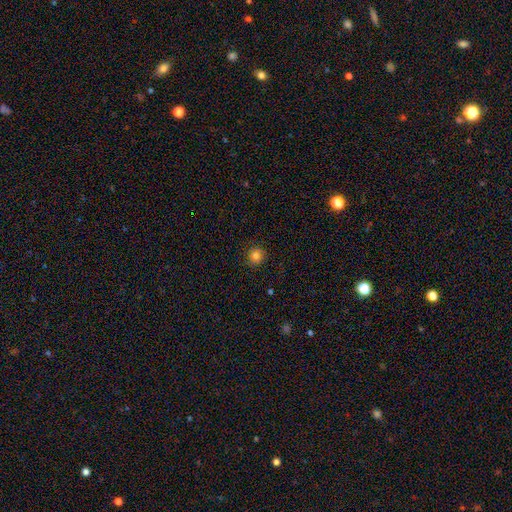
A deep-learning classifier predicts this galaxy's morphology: This is clearly a smooth galaxy (81%). How rounded: clearly round (89%). Merging: clearly none (88%).